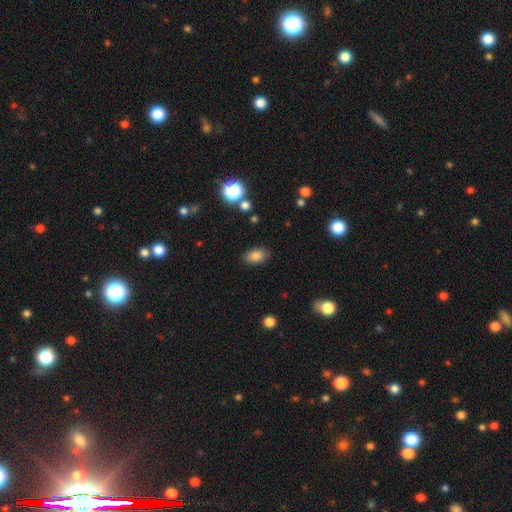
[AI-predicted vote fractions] This appears to be a smooth galaxy with no disk features (83%) that is in between round and cigar-shaped (87%). Merging: none (86%).